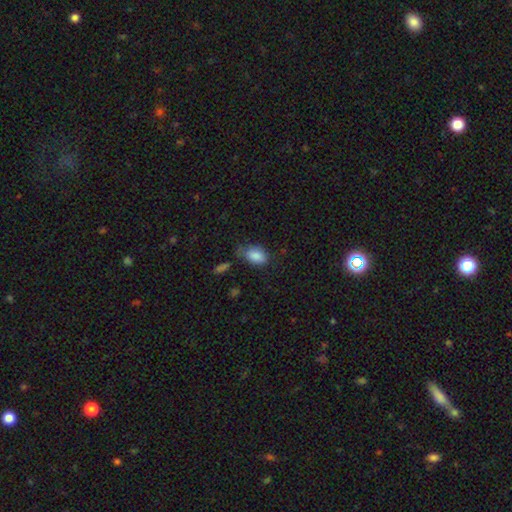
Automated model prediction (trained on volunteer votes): A smooth galaxy with no disk features (85%) that is in between round and cigar-shaped (89%). Merging: none (54%).